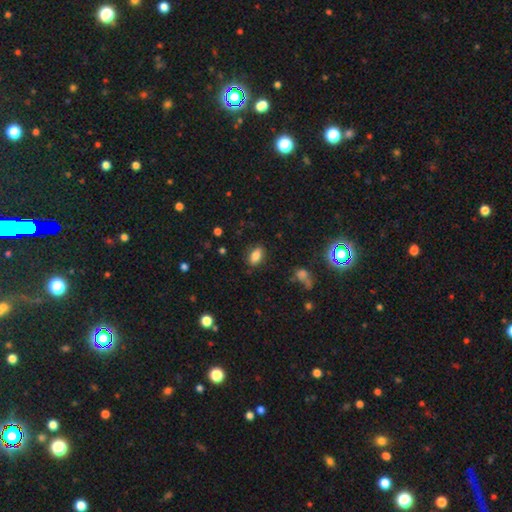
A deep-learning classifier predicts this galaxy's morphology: A smooth galaxy with no disk features (82%) that is in between round and cigar-shaped (89%).

Vote fractions:
- Smooth or featured? smooth: 82% / star or artifact: 10% / featured or disk: 8%
- How rounded? in between: 89% / round: 7% / cigar-shaped: 4%
- Merging? none: 84% / minor disturbance: 11% / major disturbance: 3% / merger: 2%